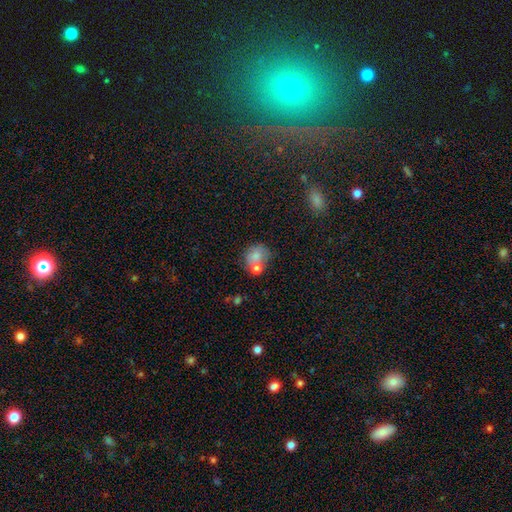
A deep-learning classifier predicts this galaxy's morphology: This is likely a smooth galaxy (71%). How rounded: likely round (63%). Merging: marginally none (41%).